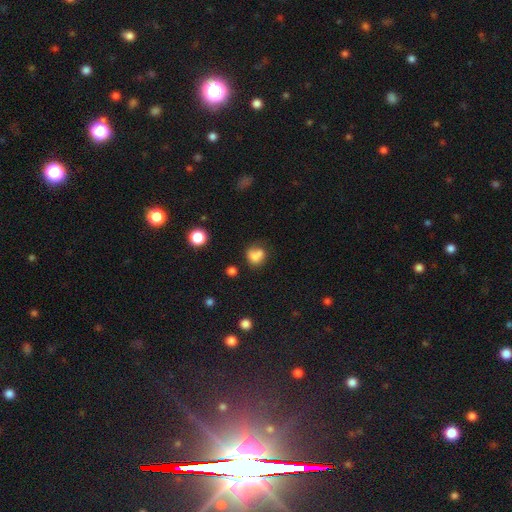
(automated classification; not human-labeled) This is likely a smooth galaxy (73%). How rounded: likely round (61%). Merging: marginally none (40%).